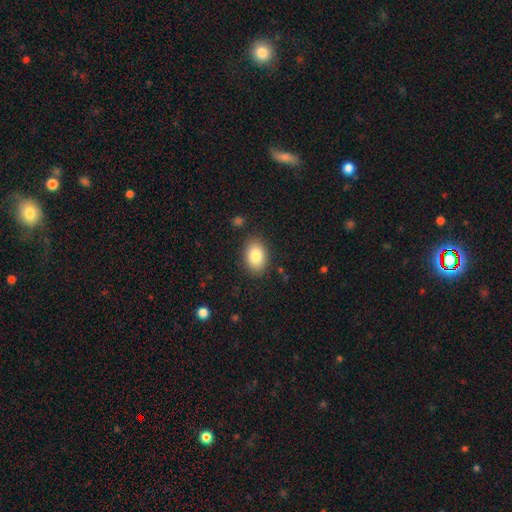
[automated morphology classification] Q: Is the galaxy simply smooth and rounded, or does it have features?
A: smooth — 84%.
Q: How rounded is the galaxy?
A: in between — 82%.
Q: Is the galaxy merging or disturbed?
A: none — 86%.